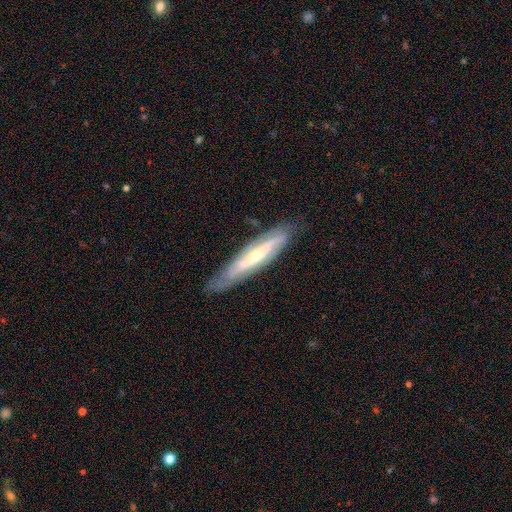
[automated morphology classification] A featured or disk galaxy (72%) viewed edge-on (51%).

Vote fractions:
- Smooth or featured? featured or disk: 72% / smooth: 22% / star or artifact: 6%
- Edge-on disk? yes: 51% / no: 49%
- Merging? none: 78% / minor disturbance: 17% / major disturbance: 4% / merger: 1%